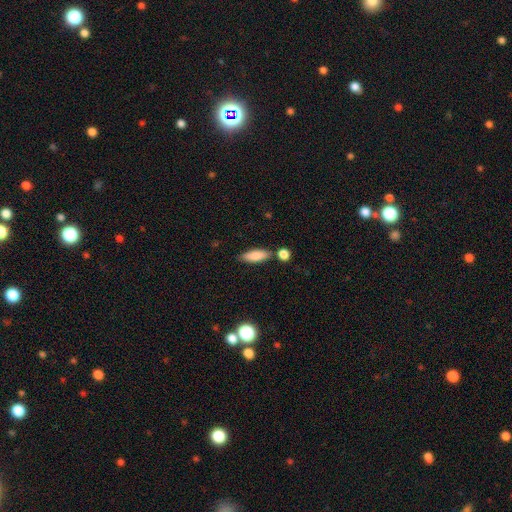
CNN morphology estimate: Overall: smooth (84%). How rounded: in between (63%; cigar-shaped 34%). Merging: none (72%).